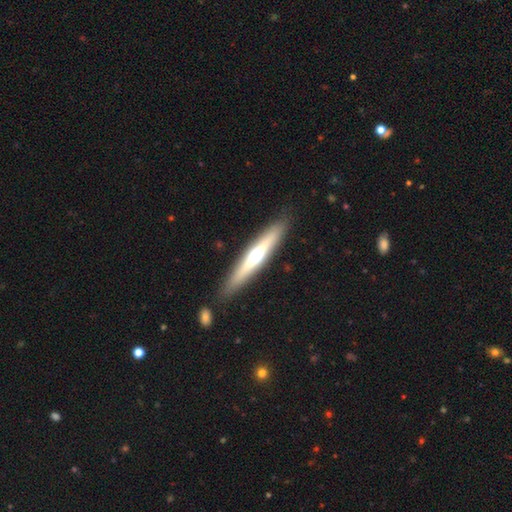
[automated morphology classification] The model was most divided on "smooth or featured": featured or disk: 60%, smooth: 35%, star or artifact: 6%. More confident: edge-on disk — yes (93%); merging — none (89%); edge-on bulge — rounded (88%).